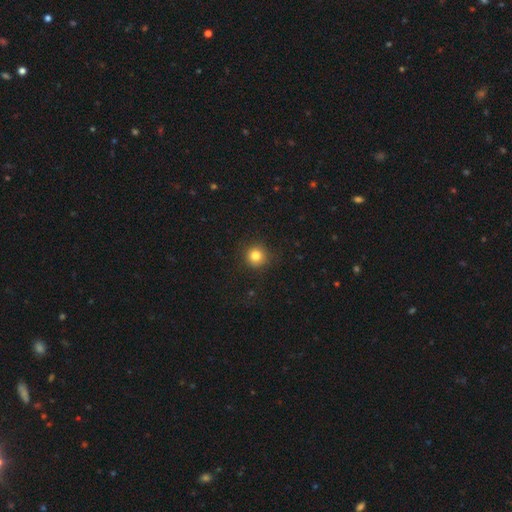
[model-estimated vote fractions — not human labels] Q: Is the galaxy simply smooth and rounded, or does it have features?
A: smooth — 83%.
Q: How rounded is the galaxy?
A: round — 94%.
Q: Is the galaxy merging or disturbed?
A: none — 90%.